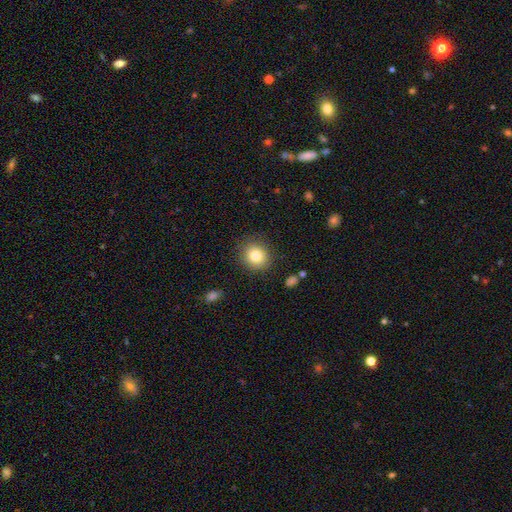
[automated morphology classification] Smooth or featured?
  - smooth: 82% *
  - star or artifact: 10%
  - featured or disk: 8%
How rounded?
  - round: 81% *
  - in between: 18%
  - cigar-shaped: 1%
Merging?
  - none: 87% *
  - minor disturbance: 9%
  - major disturbance: 3%
  - merger: 1%